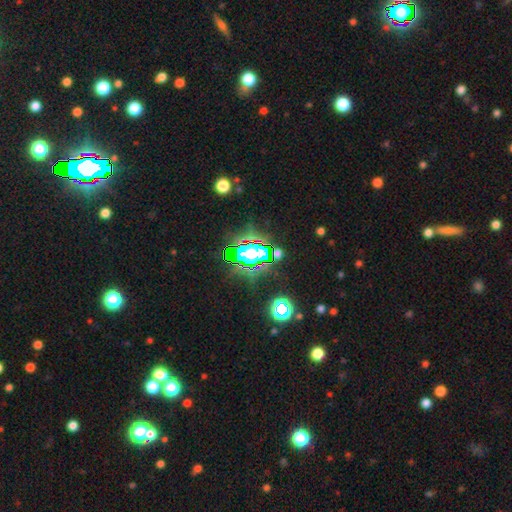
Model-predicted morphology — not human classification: This is clearly a star or artifact rather than a galaxy (82%).